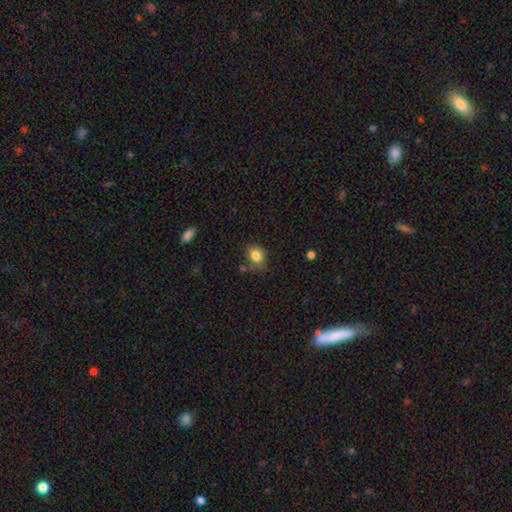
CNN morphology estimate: smooth 83%, star or artifact 10%, featured or disk 7%. Down the decision tree: how rounded — round (54%); merging — none (70%).